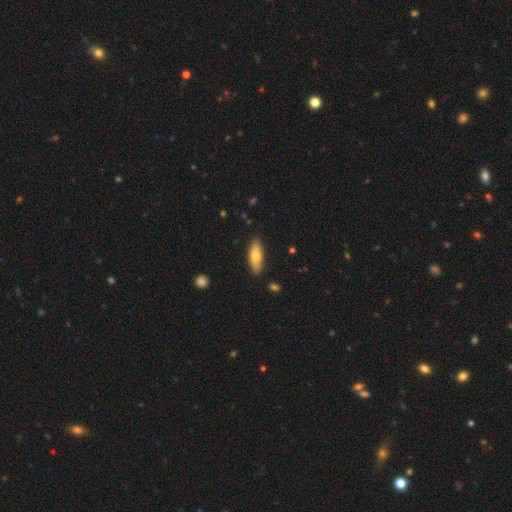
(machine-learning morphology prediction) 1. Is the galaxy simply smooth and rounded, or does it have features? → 69% smooth, 25% featured or disk, 6% star or artifact.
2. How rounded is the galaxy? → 66% in between, 32% cigar-shaped, 2% round.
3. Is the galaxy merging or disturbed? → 85% none, 12% minor disturbance, 2% major disturbance, 1% merger.